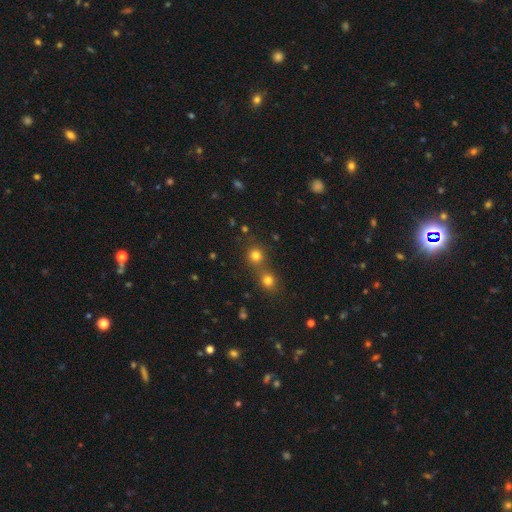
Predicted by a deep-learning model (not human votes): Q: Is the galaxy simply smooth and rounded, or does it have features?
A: smooth — 76%.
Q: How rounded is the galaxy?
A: round — 89%.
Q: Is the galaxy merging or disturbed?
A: none — 54%.